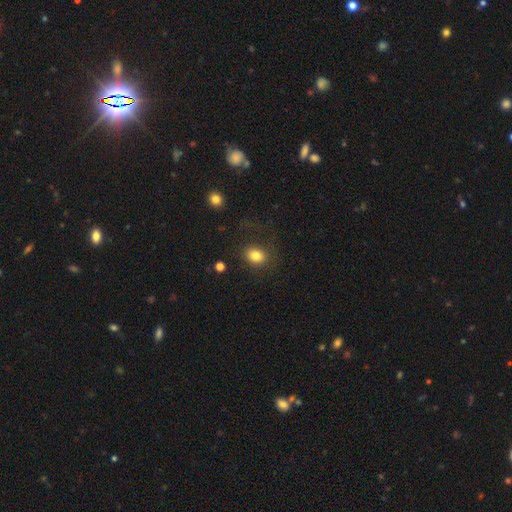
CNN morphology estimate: smooth_or_featured: smooth (p=0.82) [alt: star or artifact p=0.11]
how_rounded: round (p=0.54) [alt: in between p=0.45]
merging: none (p=0.72) [alt: minor disturbance p=0.15]